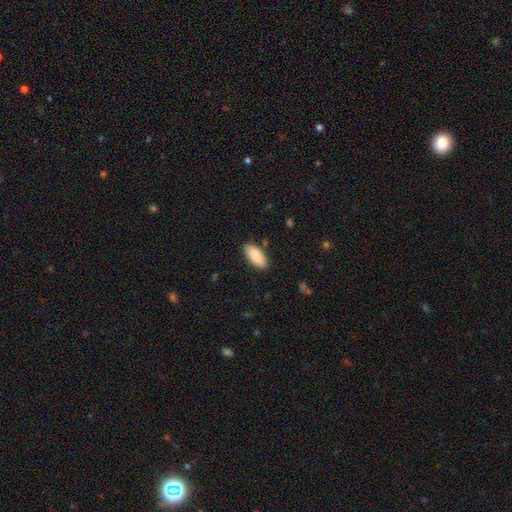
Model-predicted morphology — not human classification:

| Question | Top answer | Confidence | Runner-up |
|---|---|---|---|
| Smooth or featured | smooth | 87% | featured or disk (7%) |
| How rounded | in between | 89% | cigar-shaped (9%) |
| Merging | none | 86% | minor disturbance (11%) |